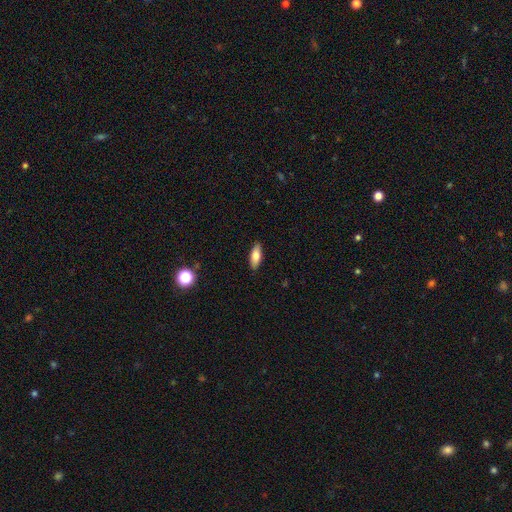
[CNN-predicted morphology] type=smooth (78%); roundness=in between (69%); merging=none (89%).